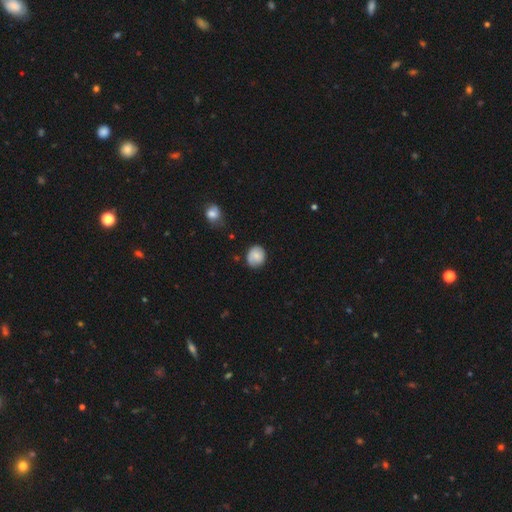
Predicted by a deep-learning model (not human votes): Smooth or featured: smooth — 75% (featured or disk — 17%)
How rounded: round — 69% (in between — 30%)
Merging: none — 74% (minor disturbance — 20%)